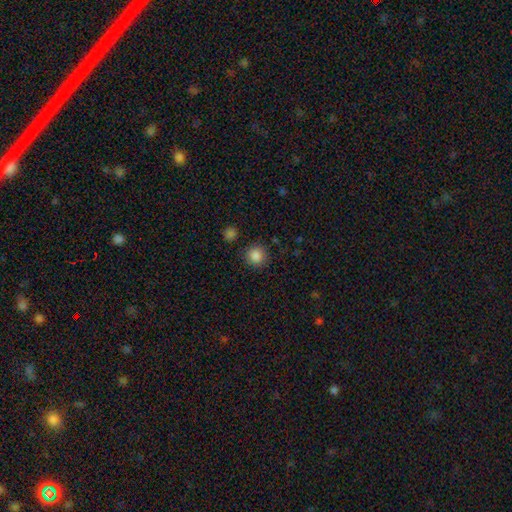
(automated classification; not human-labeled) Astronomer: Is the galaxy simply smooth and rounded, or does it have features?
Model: smooth — 86%.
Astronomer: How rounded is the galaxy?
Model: round — 93%.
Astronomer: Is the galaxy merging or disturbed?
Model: none — 87%.